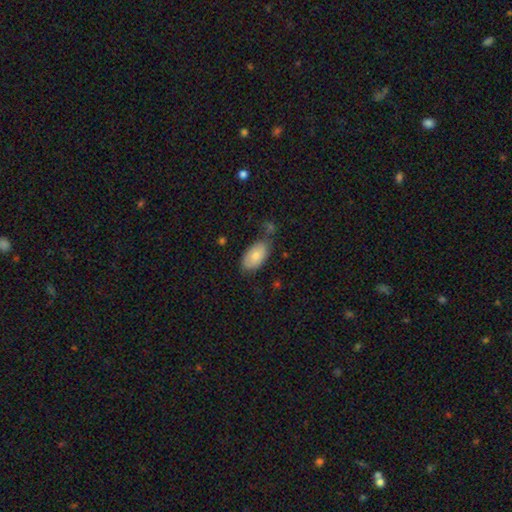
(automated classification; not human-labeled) The model was most divided on "merging": none: 62%, minor disturbance: 24%, major disturbance: 7%, merger: 7%. More confident: how rounded — in between (94%); smooth or featured — smooth (78%).